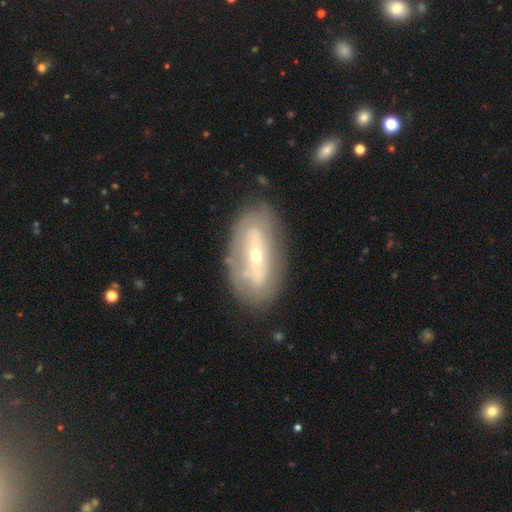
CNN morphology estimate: Smooth or featured? Predicted: featured or disk (p=0.69). Edge-on disk? Predicted: no (p=0.87). Bar? Predicted: no (p=0.49). Spiral arms? Predicted: no (p=0.60). Bulge size? Predicted: small (p=0.59). Merging? Predicted: none (p=0.75).